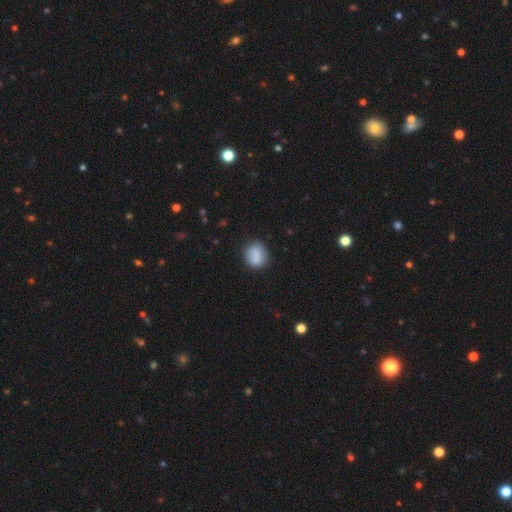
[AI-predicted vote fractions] Morphology: type=smooth (83%); roundness=round (69%); merging=none (77%).